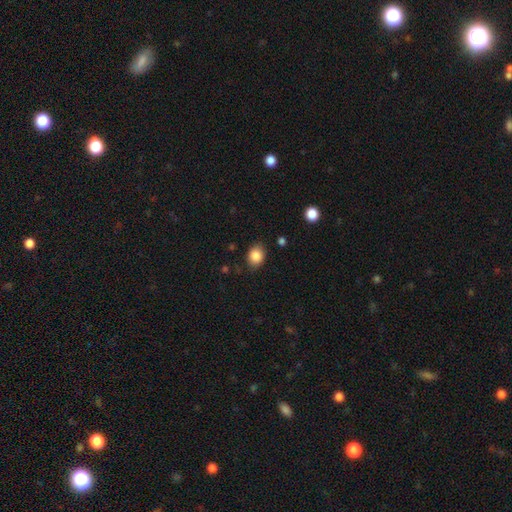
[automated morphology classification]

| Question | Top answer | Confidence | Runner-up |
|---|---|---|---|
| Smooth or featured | smooth | 86% | star or artifact (9%) |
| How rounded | in between | 55% | round (44%) |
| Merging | none | 80% | minor disturbance (15%) |